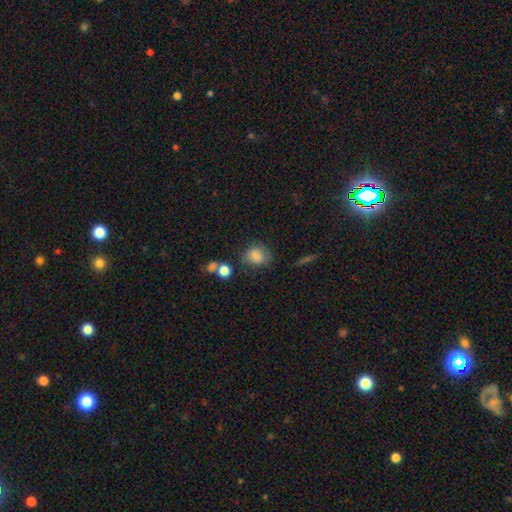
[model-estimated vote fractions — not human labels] A smooth galaxy with no disk features (82%) that is round (58%).

Vote fractions:
- Smooth or featured? smooth: 82% / star or artifact: 10% / featured or disk: 7%
- How rounded? round: 58% / in between: 41% / cigar-shaped: 1%
- Merging? none: 69% / minor disturbance: 19% / major disturbance: 6% / merger: 6%